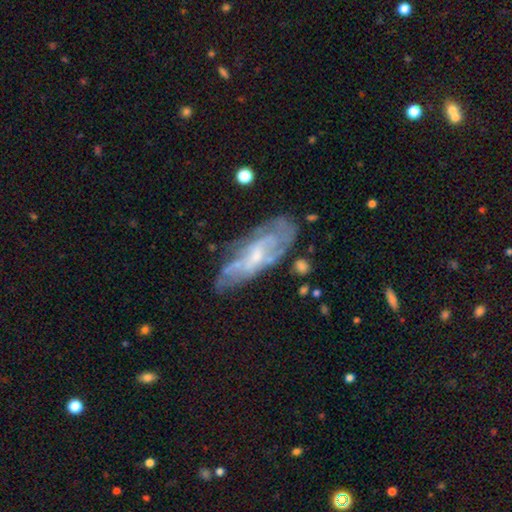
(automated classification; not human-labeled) Q: Smooth or featured?
A: featured or disk (70%); runner-up: smooth (23%)
Q: Edge-on disk?
A: no (85%); runner-up: yes (15%)
Q: Bar?
A: no (57%); runner-up: weak (34%)
Q: Spiral arms?
A: yes (62%); runner-up: no (38%)
Q: Bulge size?
A: small (59%); runner-up: moderate (29%)
Q: Merging?
A: none (59%); runner-up: minor disturbance (24%)